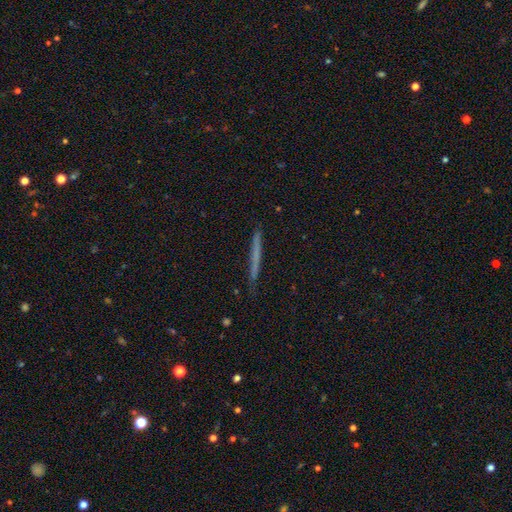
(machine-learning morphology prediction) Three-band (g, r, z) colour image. It shows a smooth galaxy with no disk features (52%) that is cigar-shaped (97%). Merging: none (89%).